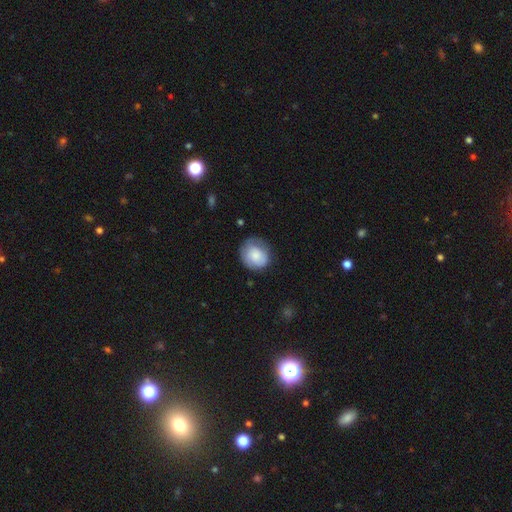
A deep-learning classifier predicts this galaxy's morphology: This appears to be a smooth galaxy with no disk features (78%) that is round (78%). Merging: none (63%).